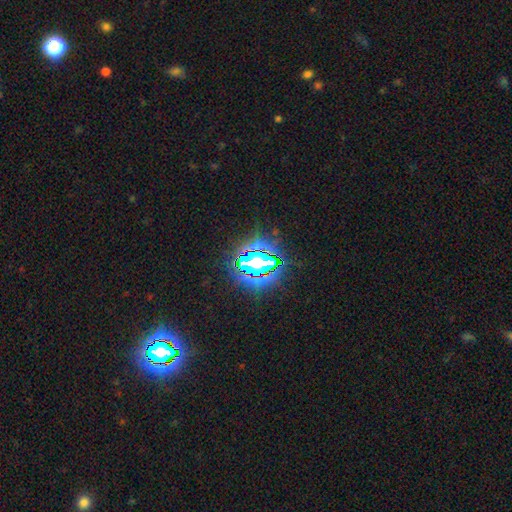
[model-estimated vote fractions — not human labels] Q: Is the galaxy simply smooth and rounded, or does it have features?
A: star or artifact — 76%.